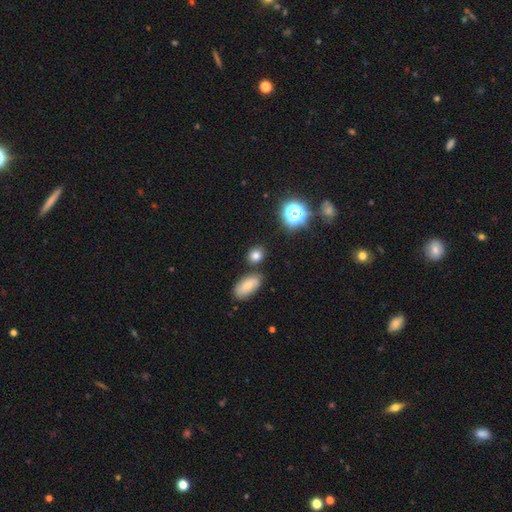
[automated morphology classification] smooth_or_featured: smooth (p=0.76) [alt: star or artifact p=0.17]
how_rounded: round (p=0.67) [alt: in between p=0.31]
merging: none (p=0.79) [alt: minor disturbance p=0.10]